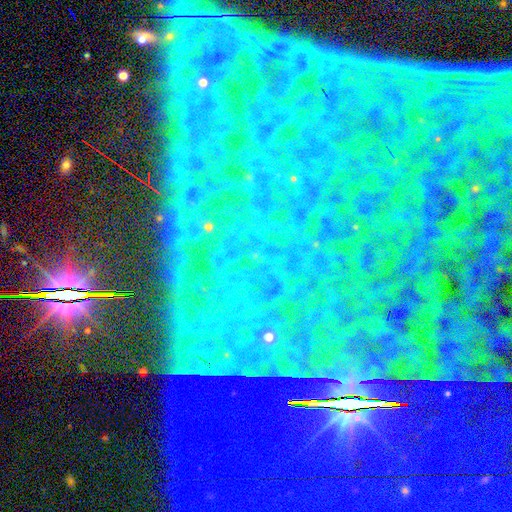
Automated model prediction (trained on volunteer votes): Morphology: type=star or artifact (85%).